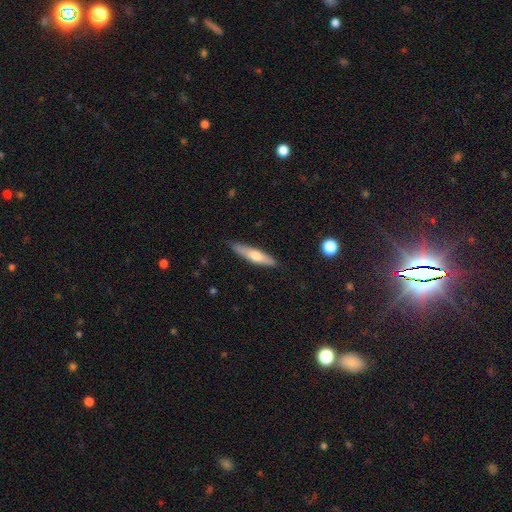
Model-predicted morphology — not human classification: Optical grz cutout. It shows a smooth galaxy with no disk features (58%) that is cigar-shaped (81%). Merging: none (84%).